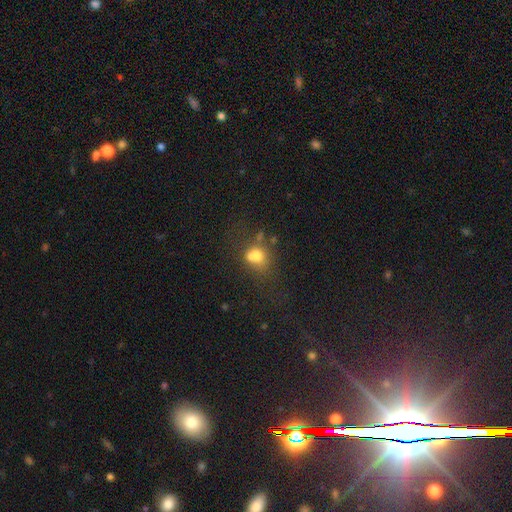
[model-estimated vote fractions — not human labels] Smooth or featured? smooth (66%)
How rounded? round (54%)
Merging? merger (41%)